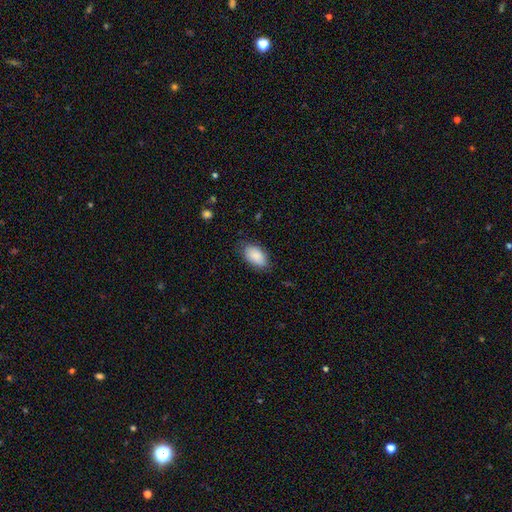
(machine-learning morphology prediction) smooth_or_featured: smooth (p=0.88) [alt: featured or disk p=0.06]
how_rounded: in between (p=0.94) [alt: round p=0.05]
merging: none (p=0.79) [alt: minor disturbance p=0.16]